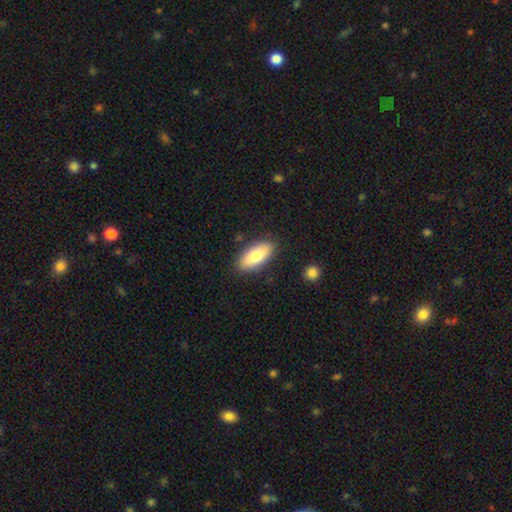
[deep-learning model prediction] Q: Smooth or featured?
A: smooth (80%); runner-up: featured or disk (15%)
Q: How rounded?
A: in between (82%); runner-up: cigar-shaped (16%)
Q: Merging?
A: none (85%); runner-up: minor disturbance (10%)